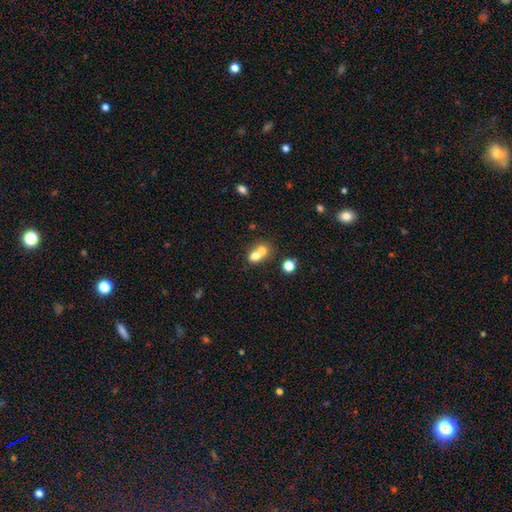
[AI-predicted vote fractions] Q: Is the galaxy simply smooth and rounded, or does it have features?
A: smooth — 69%.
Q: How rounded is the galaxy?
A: round — 53%.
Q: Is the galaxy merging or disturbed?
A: merger — 68%.